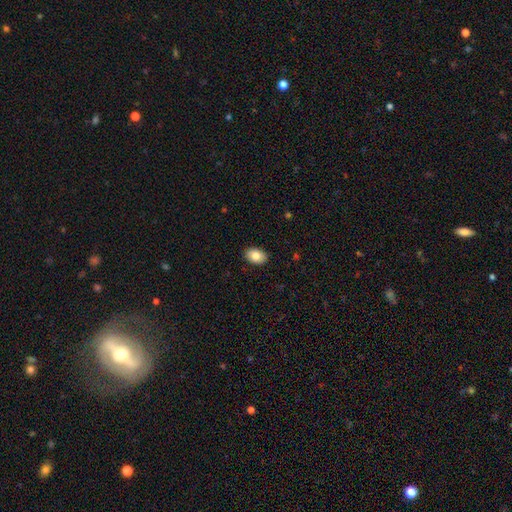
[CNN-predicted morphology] Overall: smooth (85%). How rounded: in between (84%). Merging: none (89%).